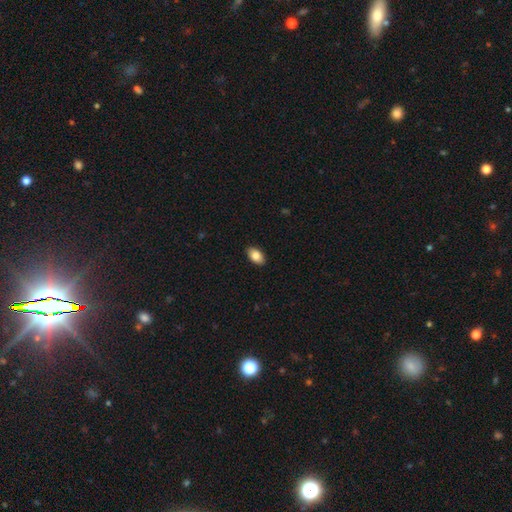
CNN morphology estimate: type=smooth (84%); roundness=in between (93%); merging=none (89%).